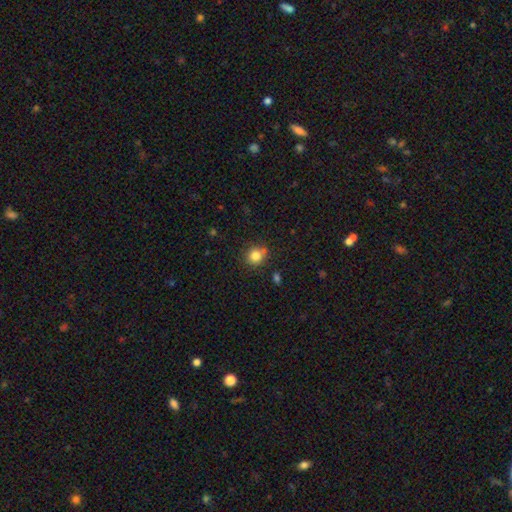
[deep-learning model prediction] A smooth galaxy with no disk features (82%) that is round (82%).

Vote fractions:
- Smooth or featured? smooth: 82% / star or artifact: 11% / featured or disk: 7%
- How rounded? round: 82% / in between: 17% / cigar-shaped: 1%
- Merging? none: 73% / minor disturbance: 17% / merger: 6% / major disturbance: 4%